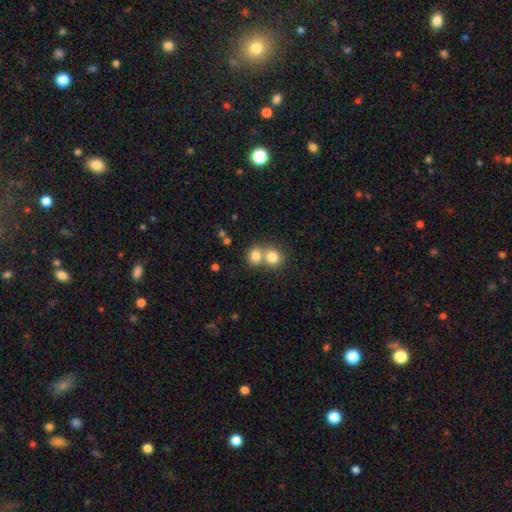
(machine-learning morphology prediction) A smooth galaxy with no disk features (79%) that is round (70%). Merging: merger (58%).